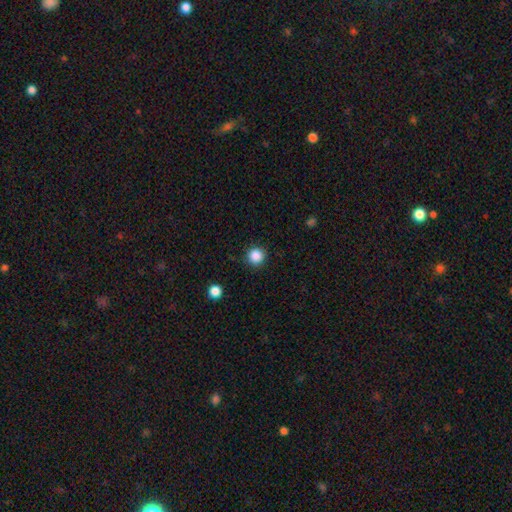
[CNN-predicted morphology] smooth_or_featured: smooth (p=0.87) [alt: star or artifact p=0.11]
how_rounded: round (p=0.95) [alt: in between p=0.04]
merging: none (p=0.90) [alt: minor disturbance p=0.07]